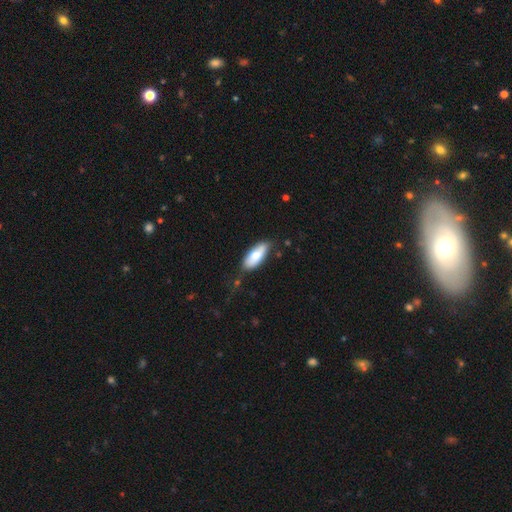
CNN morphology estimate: Q: Smooth or featured?
A: smooth (74%); runner-up: featured or disk (20%)
Q: How rounded?
A: in between (78%); runner-up: cigar-shaped (20%)
Q: Merging?
A: none (73%); runner-up: minor disturbance (19%)